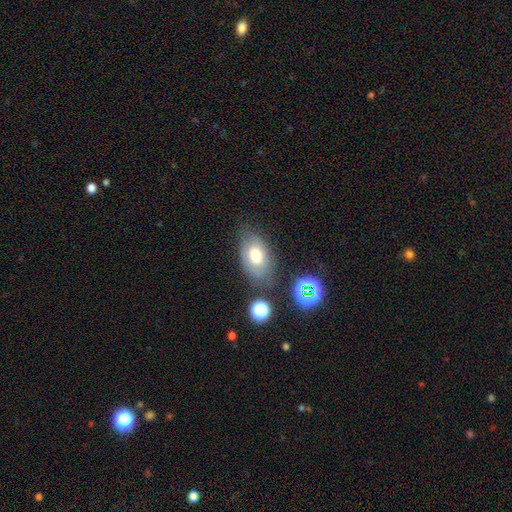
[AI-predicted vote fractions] A smooth galaxy with no disk features (58%) that is in between round and cigar-shaped (89%). Merging: none (65%).